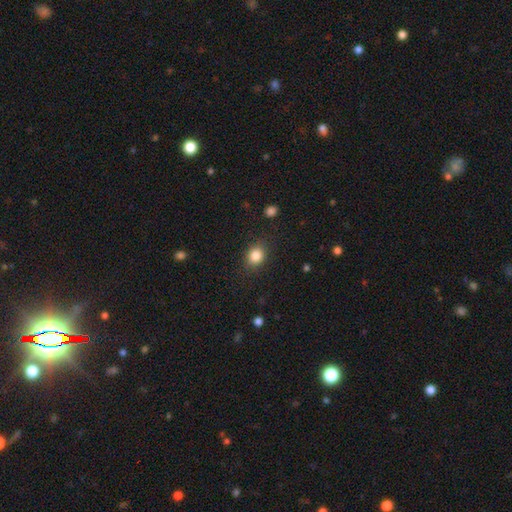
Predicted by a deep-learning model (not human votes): Smooth or featured? smooth (85%)
How rounded? round (59%)
Merging? none (83%)